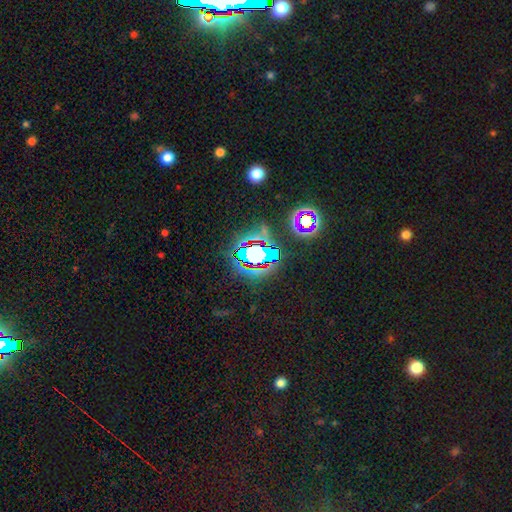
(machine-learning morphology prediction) Smooth or featured? star or artifact (67%)